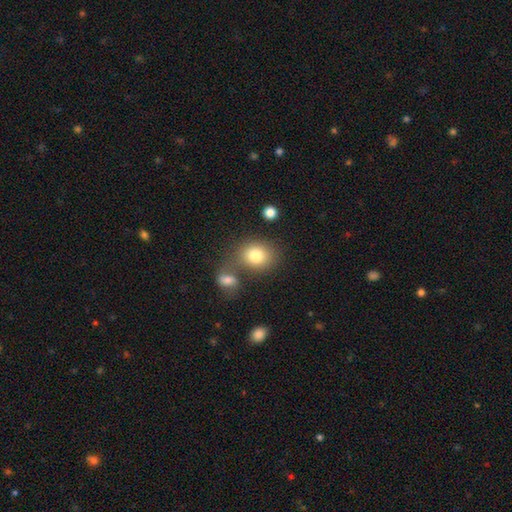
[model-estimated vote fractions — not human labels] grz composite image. It shows a smooth galaxy with no disk features (81%) that is round (63%). Merging: none (55%).